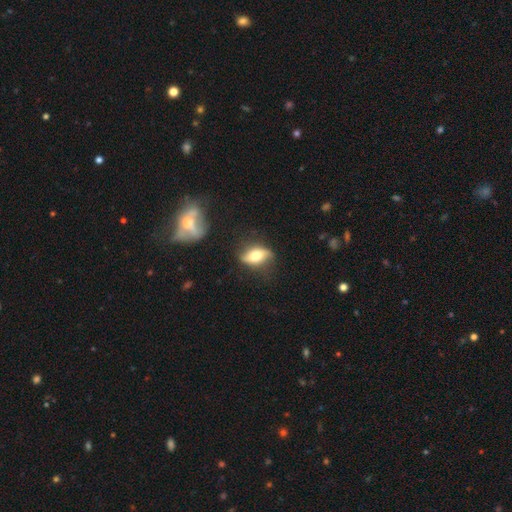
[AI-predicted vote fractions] smooth_or_featured: smooth (p=0.47) [alt: featured or disk p=0.45]
merging: none (p=0.69) [alt: minor disturbance p=0.21]